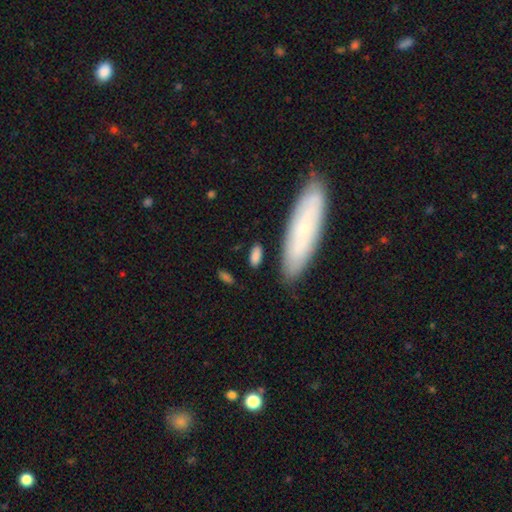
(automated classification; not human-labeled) This is clearly a smooth galaxy (83%). How rounded: likely in between (79%). Merging: clearly none (80%).